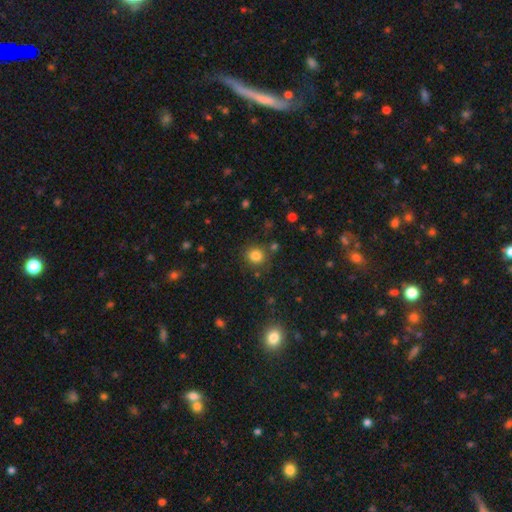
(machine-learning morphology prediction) smooth-or-featured: smooth: 82% | star or artifact: 13% | featured or disk: 5%
  how-rounded: round: 87% | in between: 12% | cigar-shaped: 1%
  merging: none: 82% | minor disturbance: 9% | merger: 5% | major disturbance: 3%